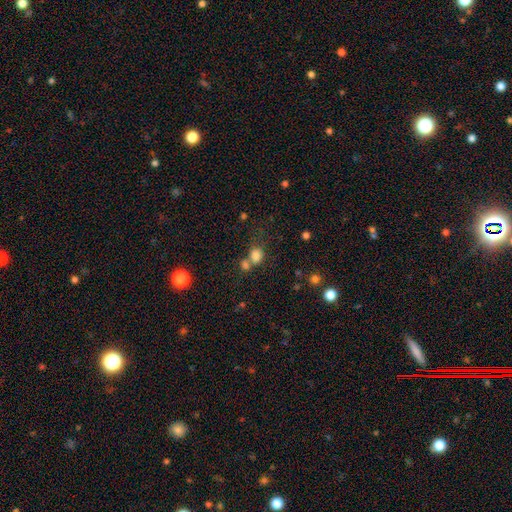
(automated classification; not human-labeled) This appears to be a smooth galaxy with no disk features (79%) that is round (60%). Merging: none (43%).